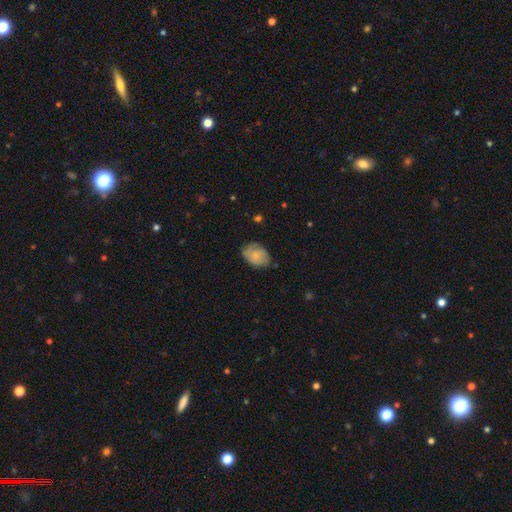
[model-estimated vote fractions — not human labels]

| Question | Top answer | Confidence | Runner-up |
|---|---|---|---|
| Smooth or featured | smooth | 66% | featured or disk (27%) |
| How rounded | in between | 78% | round (21%) |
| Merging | none | 65% | minor disturbance (27%) |